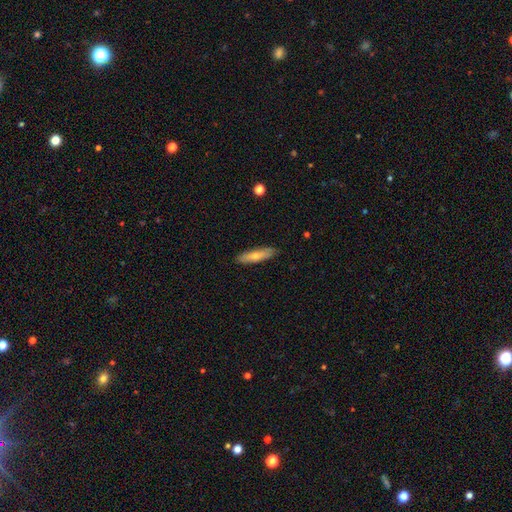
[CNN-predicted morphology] Q: Smooth or featured?
A: smooth (66%); runner-up: featured or disk (28%)
Q: How rounded?
A: cigar-shaped (69%); runner-up: in between (29%)
Q: Merging?
A: none (88%); runner-up: minor disturbance (10%)